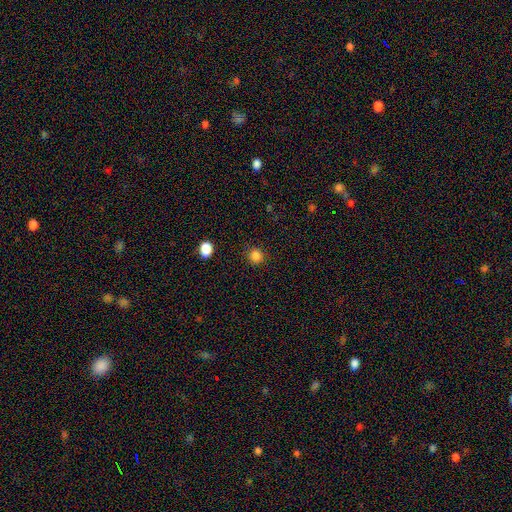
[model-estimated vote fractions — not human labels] smooth 84%, star or artifact 13%, featured or disk 3%. Down the decision tree: how rounded — round (86%); merging — none (86%).